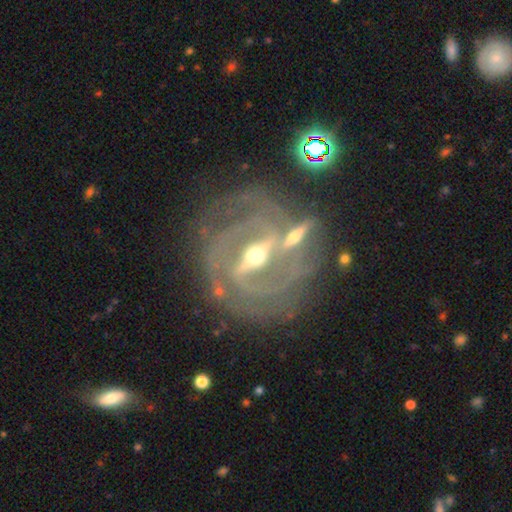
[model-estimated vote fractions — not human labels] smooth-or-featured: featured or disk: 89% | star or artifact: 6% | smooth: 5%
  disk-edge-on: no: 91% | yes: 9%
    bar: strong: 76% | weak: 18% | no: 6%
    has-spiral-arms: yes: 91% | no: 9%
      spiral-winding: tight: 61% | medium: 31% | loose: 8%
      spiral-arm-count: 2: 49% | can't tell: 21% | 3: 15% | 4: 6% | more than 4: 5% | 1: 5%
    bulge-size: moderate: 58% | small: 37% | large: 3% | dominant: 1% | none: 1%
  merging: none: 60% | merger: 17% | minor disturbance: 15% | major disturbance: 8%